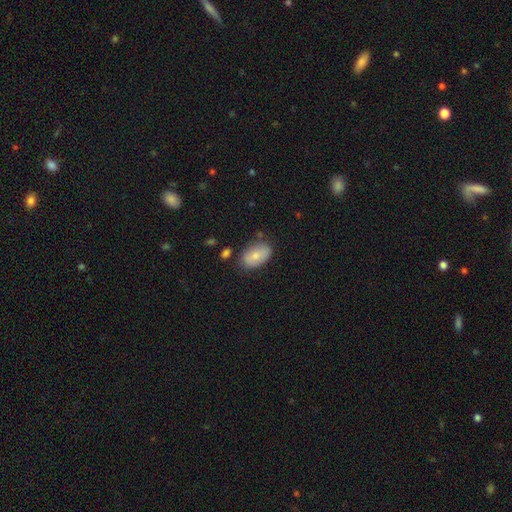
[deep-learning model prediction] Overall: smooth (76%). How rounded: in between (89%). Merging: none (74%).